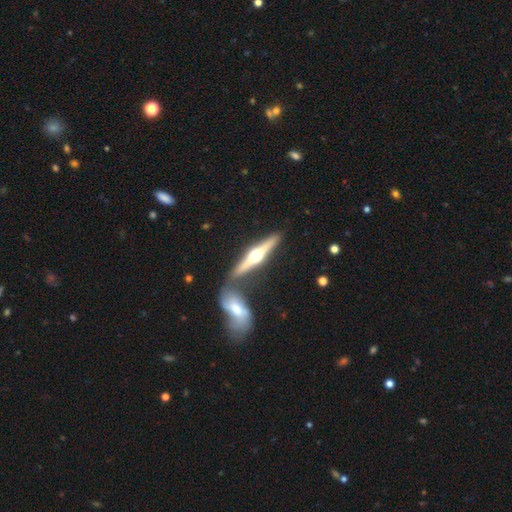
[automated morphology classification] Smooth or featured? Predicted: featured or disk (p=0.77). Edge-on disk? Predicted: yes (p=0.96). Edge-on bulge? Predicted: rounded (p=0.96). Merging? Predicted: none (p=0.65).